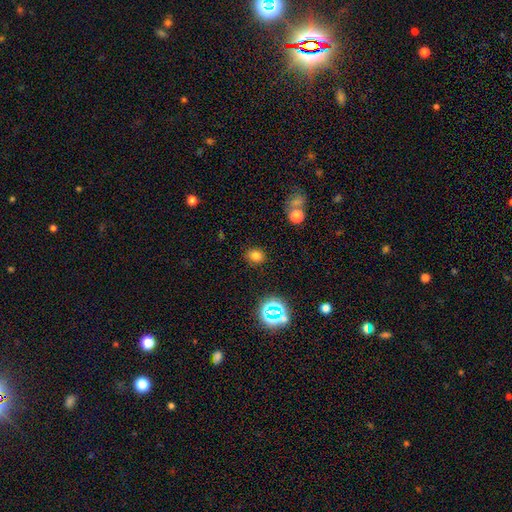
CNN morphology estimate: The model was most divided on "how rounded": round: 57%, in between: 42%, cigar-shaped: 1%. More confident: merging — none (84%); smooth or featured — smooth (75%).